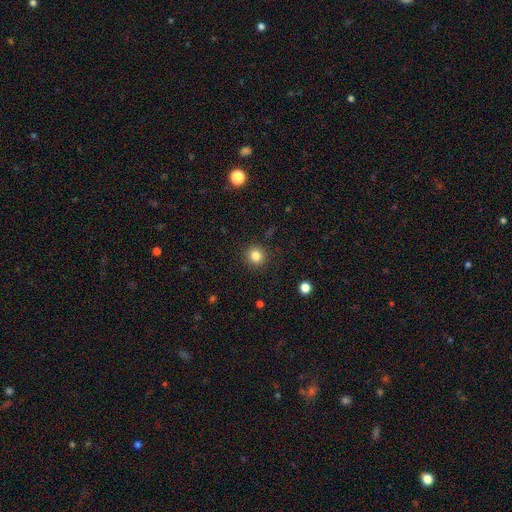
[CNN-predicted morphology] A smooth galaxy with no disk features (83%) that is round (92%). Merging: none (91%).